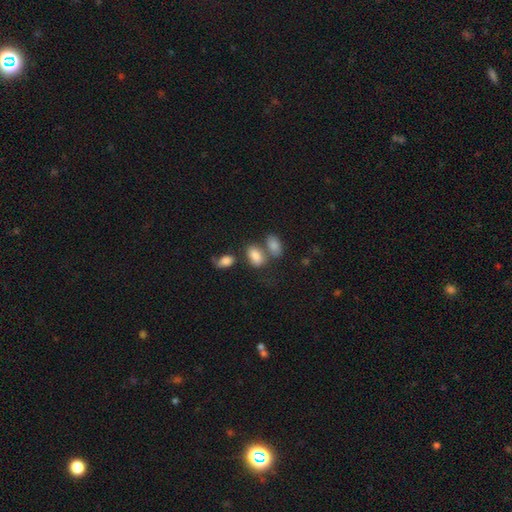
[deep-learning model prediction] Smooth or featured? Predicted: smooth (p=0.82). How rounded? Predicted: in between (p=0.89). Merging? Predicted: none (p=0.43).